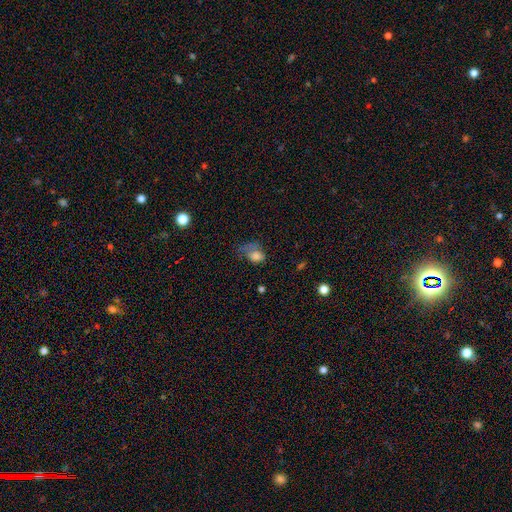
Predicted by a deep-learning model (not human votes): smooth 73%, featured or disk 15%, star or artifact 12%. Down the decision tree: how rounded — in between (70%); merging — major disturbance (40%).